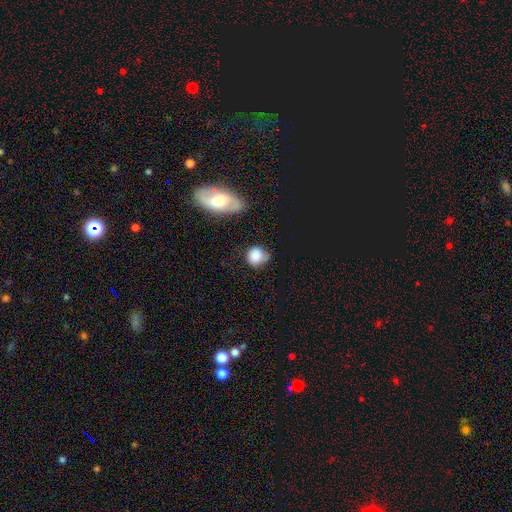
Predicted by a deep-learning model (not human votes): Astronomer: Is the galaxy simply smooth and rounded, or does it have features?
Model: smooth — 82%.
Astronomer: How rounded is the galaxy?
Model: round — 81%.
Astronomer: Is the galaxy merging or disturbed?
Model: none — 52% (runner-up: minor disturbance, 31%).